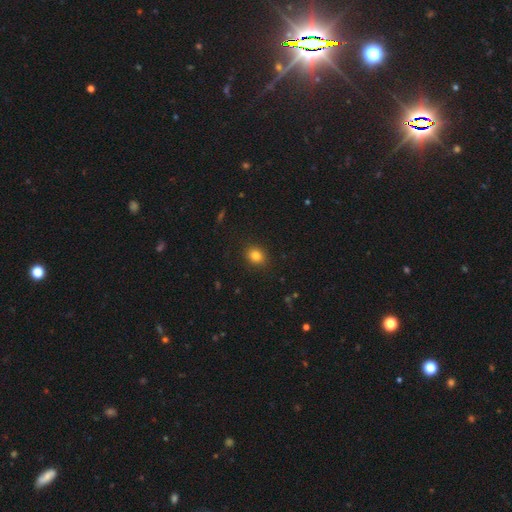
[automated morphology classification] smooth-or-featured: smooth: 82% | star or artifact: 12% | featured or disk: 6%
  how-rounded: round: 59% | in between: 40% | cigar-shaped: 1%
  merging: none: 89% | minor disturbance: 8% | major disturbance: 2% | merger: 1%